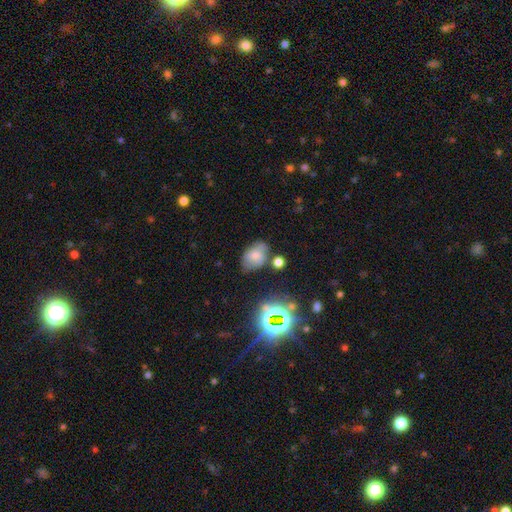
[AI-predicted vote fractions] Overall: smooth (64%). How rounded: in between (81%). Merging: none (59%; minor disturbance 24%).